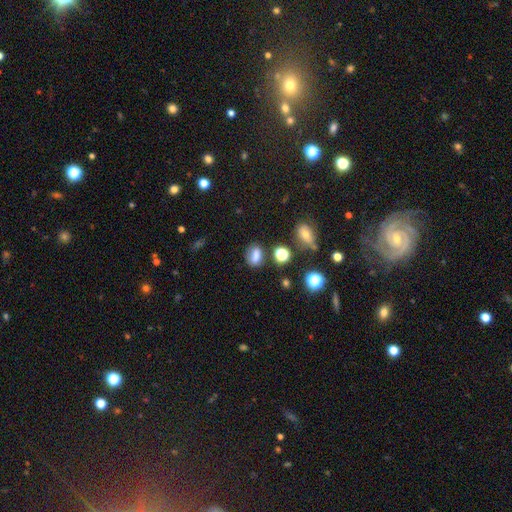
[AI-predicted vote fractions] A smooth galaxy with no disk features (74%) that is in between round and cigar-shaped (72%). Merging: none (68%).